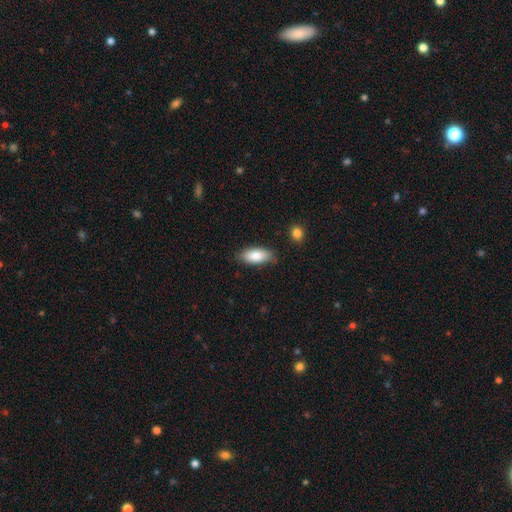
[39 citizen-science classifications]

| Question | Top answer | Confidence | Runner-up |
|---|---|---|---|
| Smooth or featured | smooth | 90% | featured or disk (5%) |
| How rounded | in between | 91% | cigar-shaped (6%) |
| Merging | none | 89% | minor disturbance (11%) |